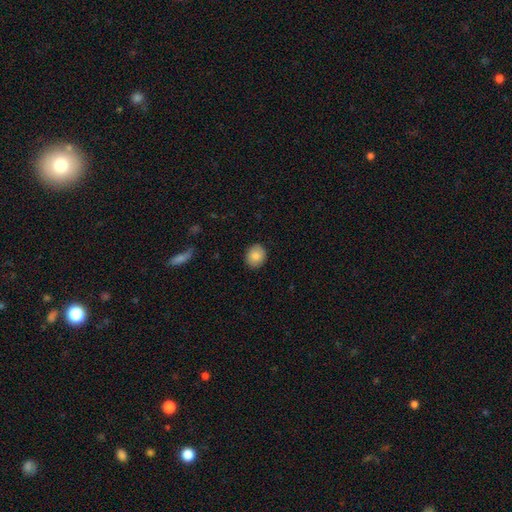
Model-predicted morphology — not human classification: Smooth or featured: smooth — 86% (star or artifact — 8%)
How rounded: round — 71% (in between — 28%)
Merging: none — 90% (minor disturbance — 7%)